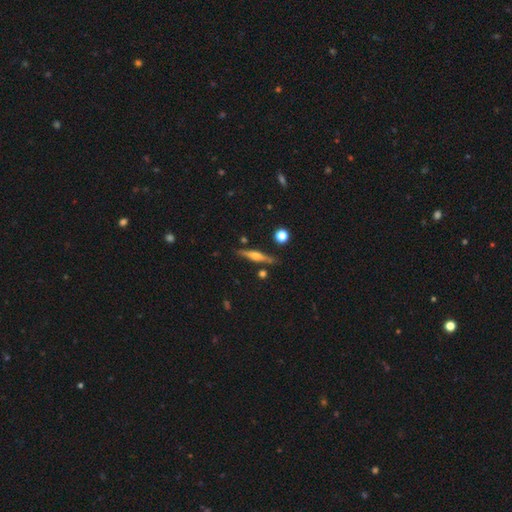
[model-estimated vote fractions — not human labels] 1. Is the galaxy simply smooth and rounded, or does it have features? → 65% featured or disk, 28% smooth, 7% star or artifact.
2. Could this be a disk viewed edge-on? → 96% yes, 4% no.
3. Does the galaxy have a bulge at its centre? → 85% rounded, 9% boxy, 5% none.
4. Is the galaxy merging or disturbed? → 83% none, 10% minor disturbance, 4% merger, 2% major disturbance.